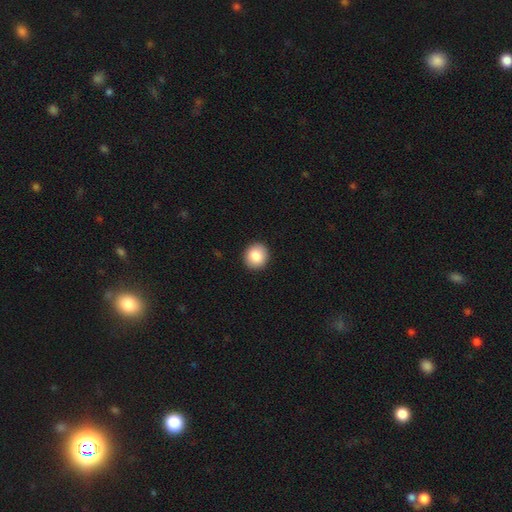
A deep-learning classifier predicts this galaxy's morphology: Smooth or featured: smooth — 86% (star or artifact — 8%)
How rounded: round — 85% (in between — 14%)
Merging: none — 92% (minor disturbance — 5%)